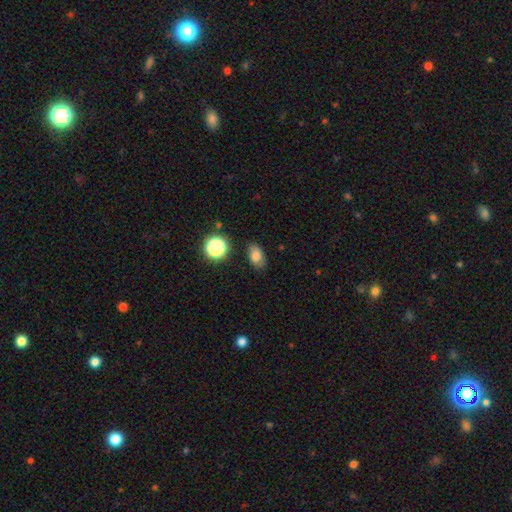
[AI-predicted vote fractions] A smooth galaxy with no disk features (79%) that is in between round and cigar-shaped (85%). Merging: none (81%).